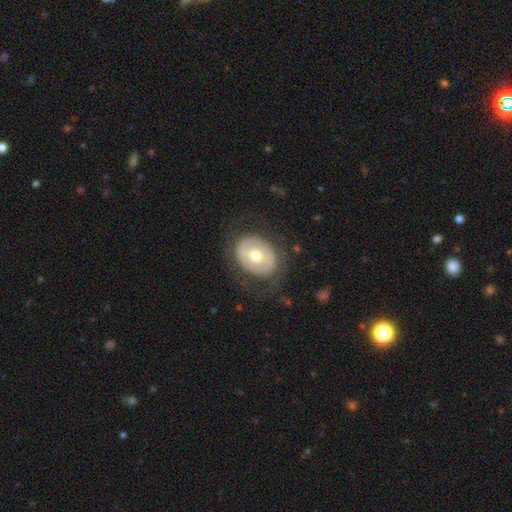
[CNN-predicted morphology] smooth-or-featured: featured or disk: 49% | smooth: 45% | star or artifact: 6%
  merging: none: 74% | minor disturbance: 15% | major disturbance: 10% | merger: 1%